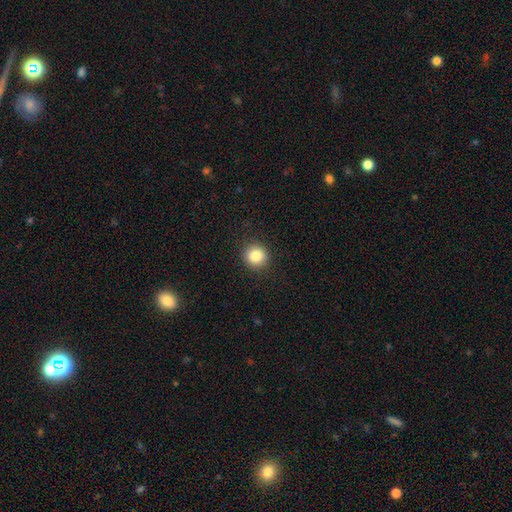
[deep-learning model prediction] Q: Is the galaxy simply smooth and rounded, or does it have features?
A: smooth — 85%.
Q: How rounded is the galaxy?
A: round — 92%.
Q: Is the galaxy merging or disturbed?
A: none — 91%.